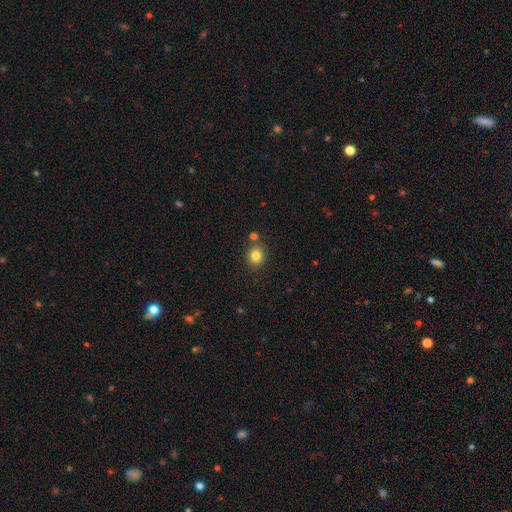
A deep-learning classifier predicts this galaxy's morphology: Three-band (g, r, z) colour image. It shows a smooth galaxy with no disk features (83%) that is round (76%). Merging: none (81%).